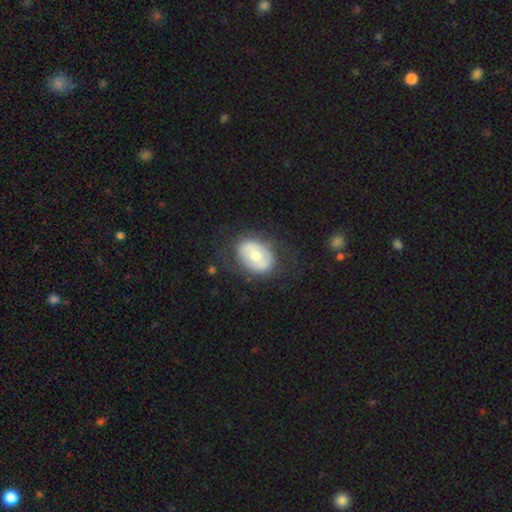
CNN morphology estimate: smooth 51%, featured or disk 43%, star or artifact 7%. Down the decision tree: how rounded — in between (73%); merging — none (74%).